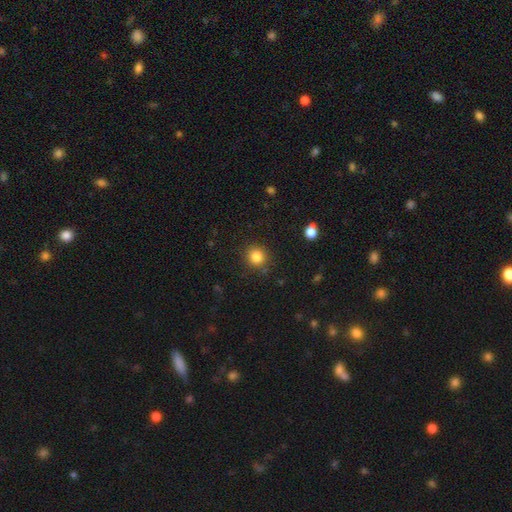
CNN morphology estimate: Smooth or featured: smooth — 84% (star or artifact — 11%)
How rounded: round — 90% (in between — 9%)
Merging: none — 88% (minor disturbance — 8%)